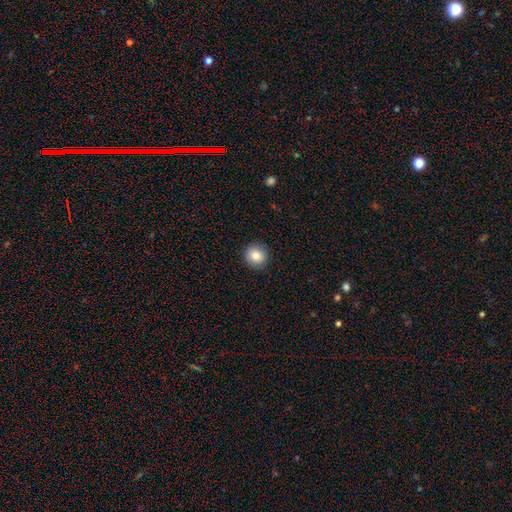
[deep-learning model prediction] Q: Smooth or featured?
A: smooth (81%); runner-up: star or artifact (9%)
Q: How rounded?
A: round (93%); runner-up: in between (6%)
Q: Merging?
A: none (91%); runner-up: minor disturbance (6%)